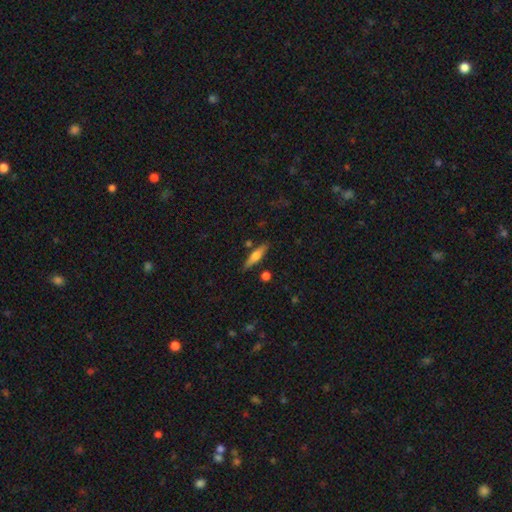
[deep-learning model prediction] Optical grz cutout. It shows a smooth galaxy with no disk features (49%). Merging: none (83%).